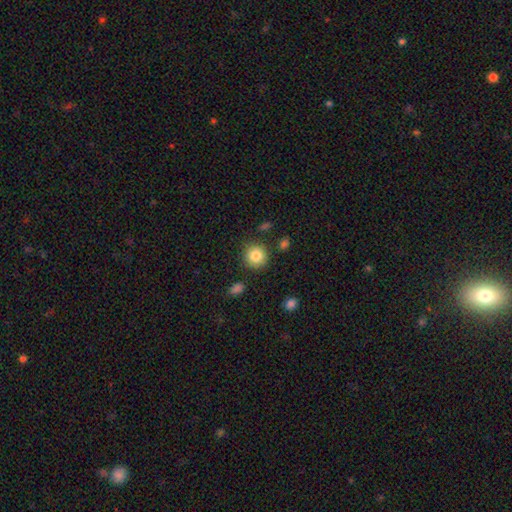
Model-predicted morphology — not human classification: type=smooth (84%); roundness=round (92%); merging=none (87%).